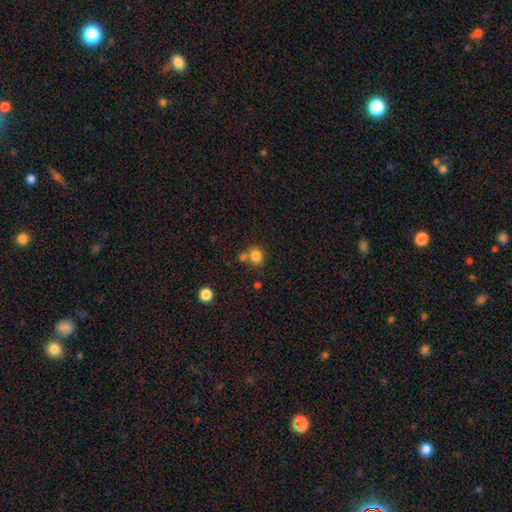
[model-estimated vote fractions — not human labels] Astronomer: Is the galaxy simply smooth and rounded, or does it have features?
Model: smooth — 82%.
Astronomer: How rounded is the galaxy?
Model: round — 77%.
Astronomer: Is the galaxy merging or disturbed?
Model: none — 59%.